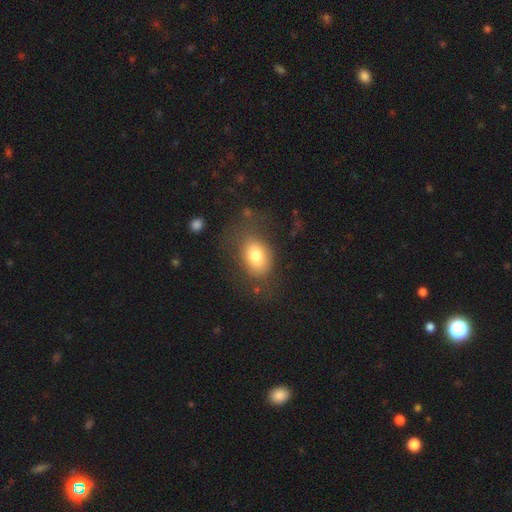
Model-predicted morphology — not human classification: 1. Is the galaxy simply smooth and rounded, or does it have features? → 76% smooth, 14% featured or disk, 10% star or artifact.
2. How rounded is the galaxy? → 76% in between, 22% round, 1% cigar-shaped.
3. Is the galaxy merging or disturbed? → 63% none, 20% minor disturbance, 14% major disturbance, 2% merger.